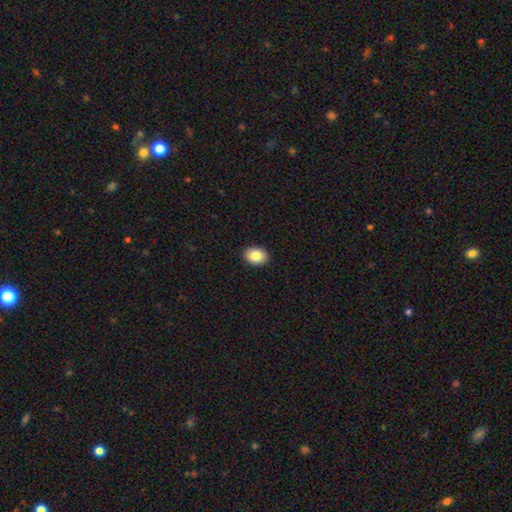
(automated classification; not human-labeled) The model was most divided on "how rounded": in between: 70%, round: 29%, cigar-shaped: 1%. More confident: merging — none (91%); smooth or featured — smooth (86%).